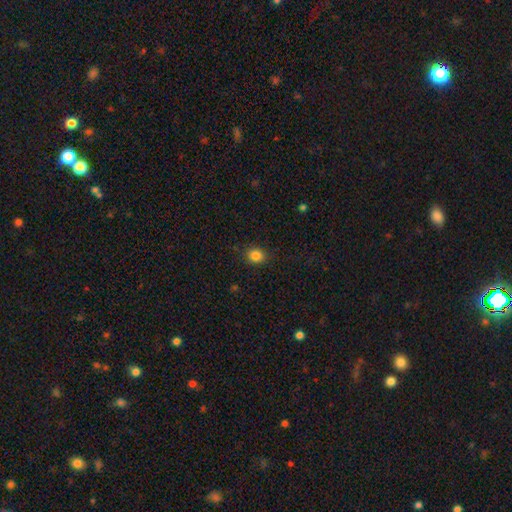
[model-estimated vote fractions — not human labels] smooth_or_featured: smooth (p=0.85) [alt: star or artifact p=0.11]
how_rounded: round (p=0.75) [alt: in between p=0.24]
merging: none (p=0.89) [alt: minor disturbance p=0.08]